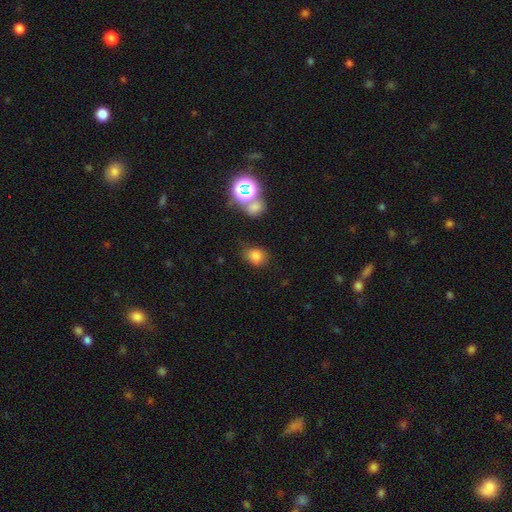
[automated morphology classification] smooth_or_featured: smooth (p=0.76) [alt: star or artifact p=0.17]
how_rounded: round (p=0.59) [alt: in between p=0.40]
merging: none (p=0.72) [alt: minor disturbance p=0.16]